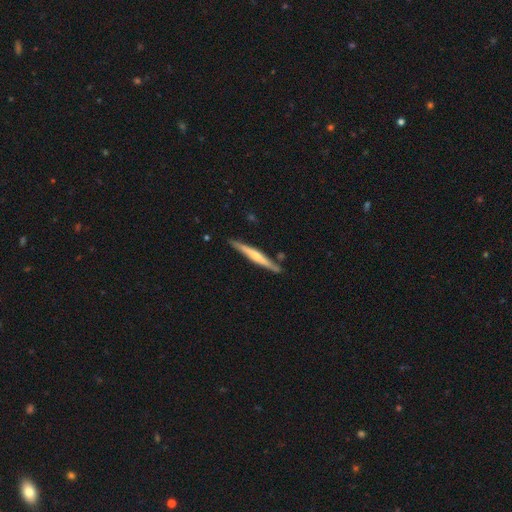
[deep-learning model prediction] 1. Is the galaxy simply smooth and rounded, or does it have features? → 60% featured or disk, 35% smooth, 5% star or artifact.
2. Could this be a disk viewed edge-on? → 97% yes, 3% no.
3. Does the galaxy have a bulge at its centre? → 68% rounded, 22% none, 10% boxy.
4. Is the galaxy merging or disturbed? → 84% none, 11% minor disturbance, 3% merger, 2% major disturbance.